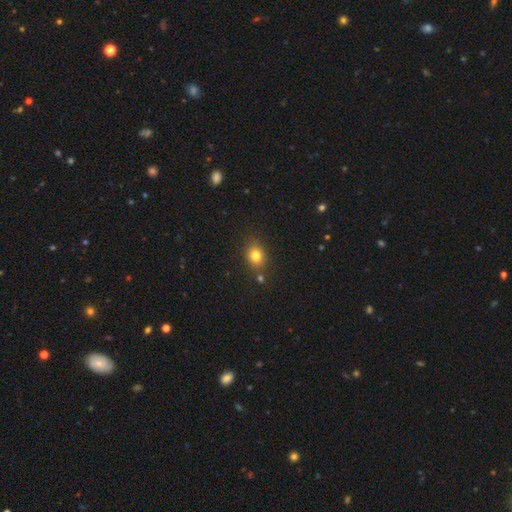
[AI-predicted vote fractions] This is likely a smooth galaxy (79%). How rounded: possibly round (60%). Merging: likely none (78%).